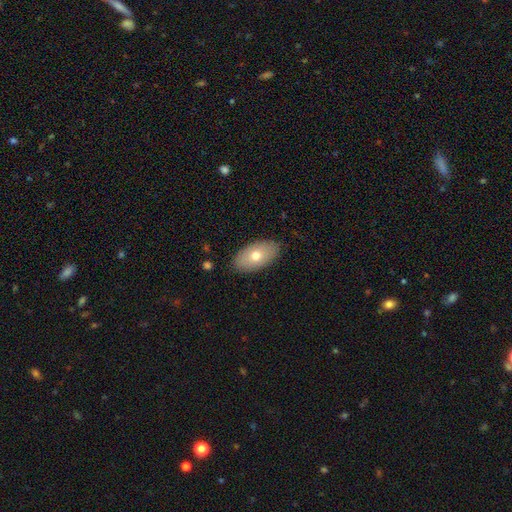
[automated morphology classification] Smooth or featured?
  - smooth: 68% *
  - featured or disk: 25%
  - star or artifact: 7%
How rounded?
  - in between: 93% *
  - round: 4%
  - cigar-shaped: 2%
Merging?
  - none: 86% *
  - minor disturbance: 10%
  - major disturbance: 2%
  - merger: 1%